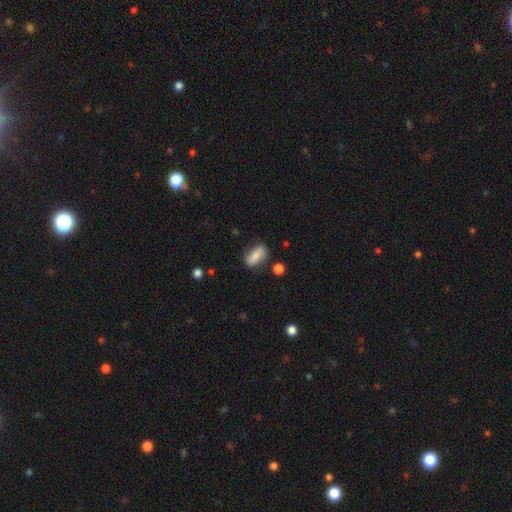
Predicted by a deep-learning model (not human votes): smooth 66%, featured or disk 27%, star or artifact 8%. Down the decision tree: how rounded — in between (81%); merging — none (72%).